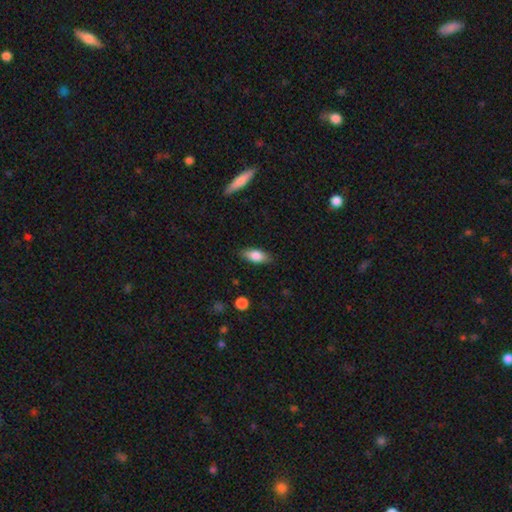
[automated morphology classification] This appears to be a smooth galaxy with no disk features (78%) that is in between round and cigar-shaped (81%). Merging: none (86%).